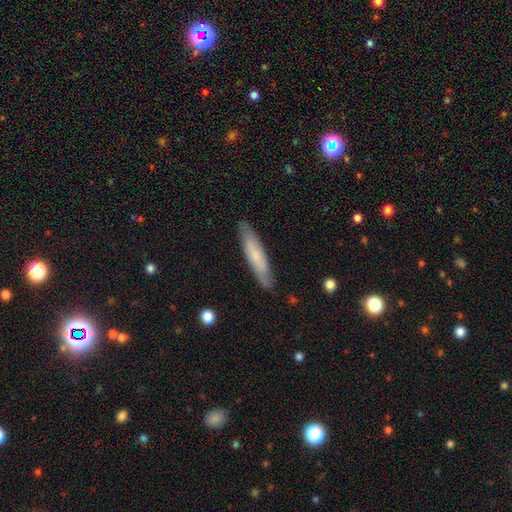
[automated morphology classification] smooth_or_featured: smooth (p=0.62) [alt: featured or disk p=0.32]
how_rounded: cigar-shaped (p=0.84) [alt: in between p=0.15]
merging: none (p=0.85) [alt: minor disturbance p=0.11]